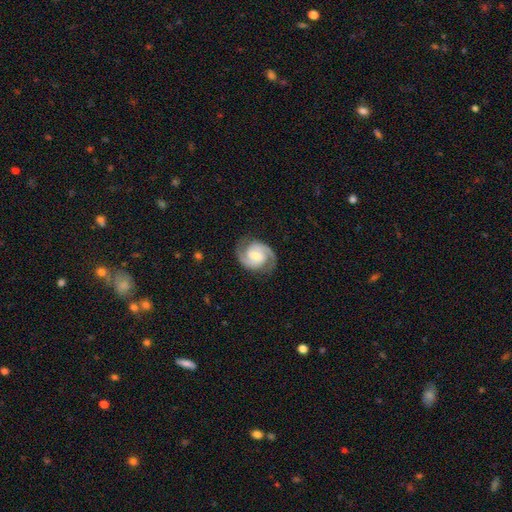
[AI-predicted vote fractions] Smooth or featured?
  - featured or disk: 91% *
  - smooth: 5%
  - star or artifact: 4%
Edge-on disk?
  - no: 98% *
  - yes: 2%
Bar?
  - weak: 52% *
  - strong: 25%
  - no: 23%
Spiral arms?
  - yes: 98% *
  - no: 2%
Spiral winding?
  - medium: 51% *
  - tight: 41%
  - loose: 8%
Spiral arm count?
  - 2: 93% *
  - can't tell: 2%
  - 3: 1%
  - 1: 1%
  - 4: 1%
  - more than 4: 1%
Bulge size?
  - moderate: 51% *
  - small: 36%
  - large: 6%
  - none: 6%
  - dominant: 1%
Merging?
  - none: 84% *
  - minor disturbance: 12%
  - major disturbance: 4%
  - merger: 1%